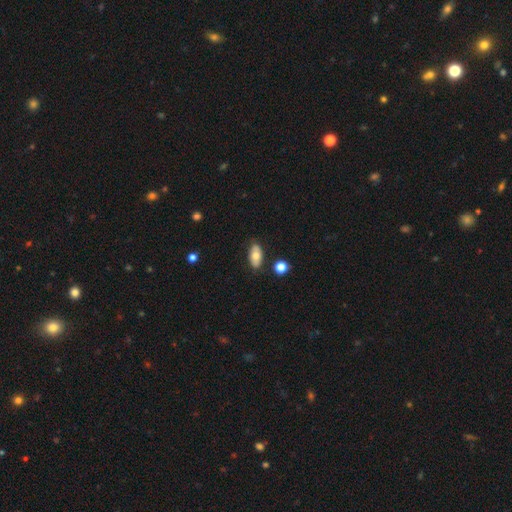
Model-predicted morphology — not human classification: Smooth or featured? Predicted: smooth (p=0.70). How rounded? Predicted: in between (p=0.90). Merging? Predicted: none (p=0.82).